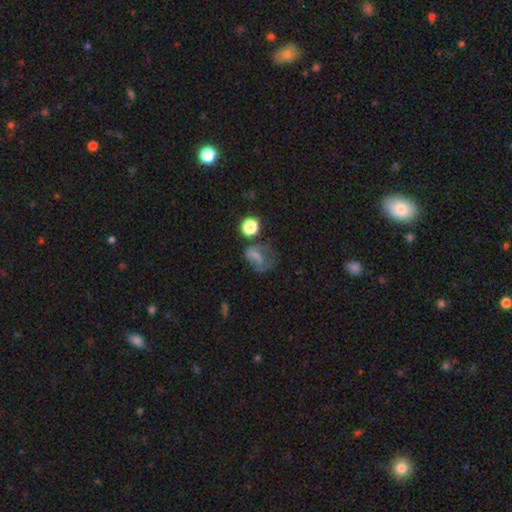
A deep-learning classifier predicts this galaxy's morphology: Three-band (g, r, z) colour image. It shows a smooth galaxy with no disk features (51%) that is in between round and cigar-shaped (55%). Merging: major disturbance (42%).